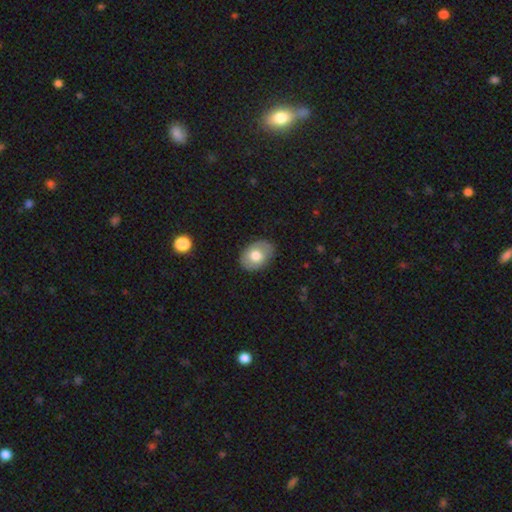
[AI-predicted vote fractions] Smooth or featured? Predicted: smooth (p=0.73). How rounded? Predicted: in between (p=0.78). Merging? Predicted: none (p=0.84).